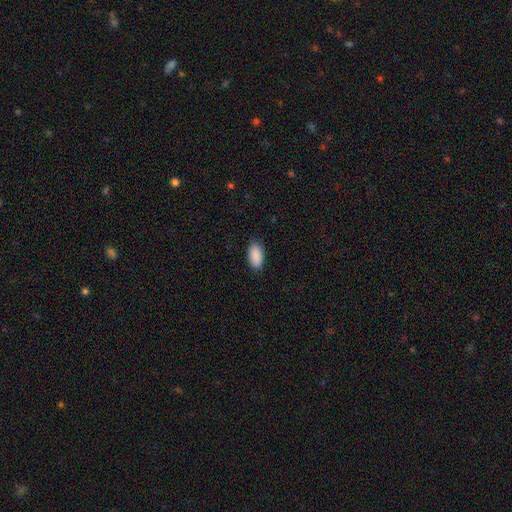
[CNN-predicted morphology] type=smooth (91%); roundness=in between (94%); merging=none (88%).